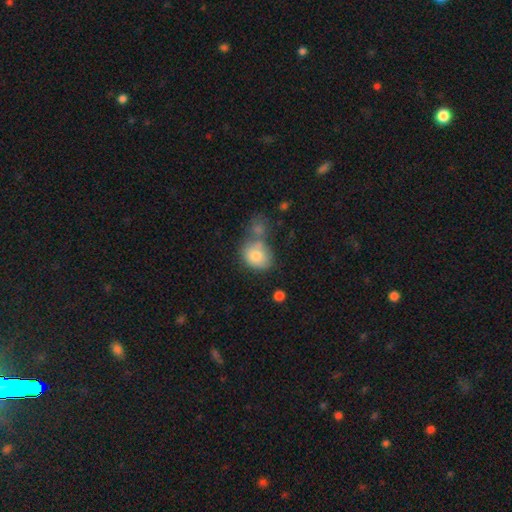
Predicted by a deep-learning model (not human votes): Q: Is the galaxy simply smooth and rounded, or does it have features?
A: smooth — 78%.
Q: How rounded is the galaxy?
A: round — 52%.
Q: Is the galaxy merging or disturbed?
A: none — 39%.